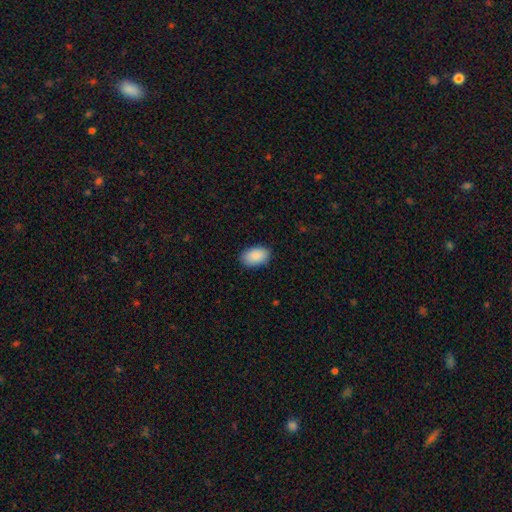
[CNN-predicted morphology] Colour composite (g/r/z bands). It shows a smooth galaxy with no disk features (90%) that is in between round and cigar-shaped (91%). Merging: none (88%).